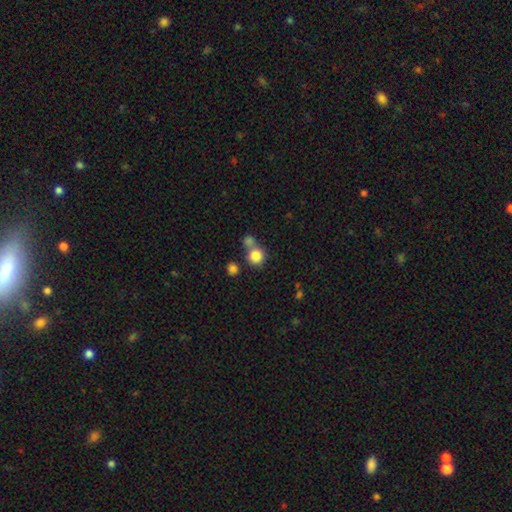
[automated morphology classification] Smooth or featured?
  - smooth: 83% *
  - star or artifact: 11%
  - featured or disk: 6%
How rounded?
  - round: 89% *
  - in between: 10%
  - cigar-shaped: 1%
Merging?
  - none: 56% *
  - merger: 32%
  - minor disturbance: 8%
  - major disturbance: 4%